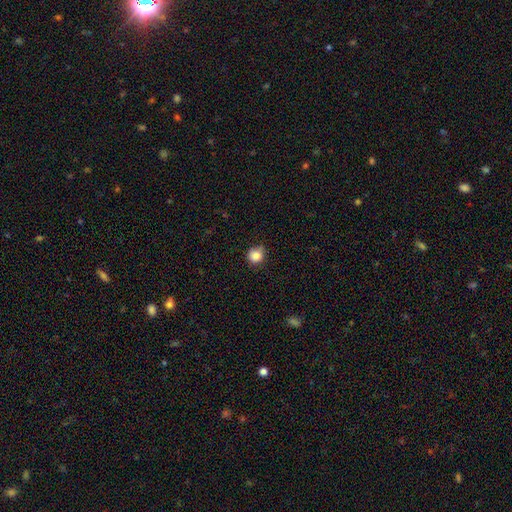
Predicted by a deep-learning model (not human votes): Smooth or featured: smooth — 86% (star or artifact — 10%)
How rounded: round — 89% (in between — 10%)
Merging: none — 74% (minor disturbance — 21%)